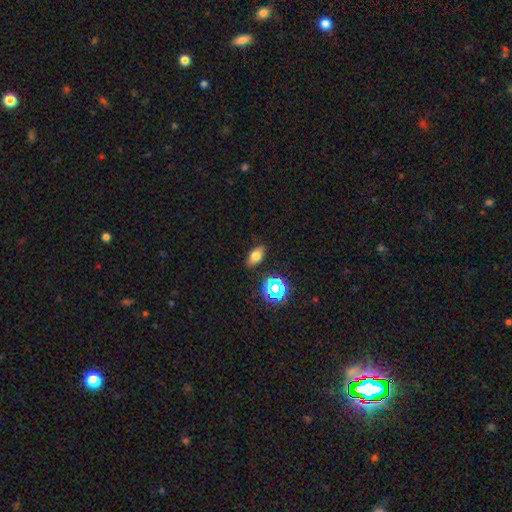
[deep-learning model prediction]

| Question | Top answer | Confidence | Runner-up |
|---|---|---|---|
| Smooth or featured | smooth | 73% | star or artifact (17%) |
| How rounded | in between | 88% | round (9%) |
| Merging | none | 84% | minor disturbance (12%) |